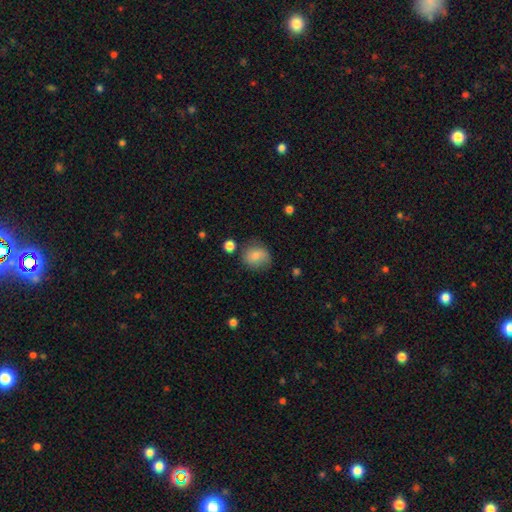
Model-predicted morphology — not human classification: Overall: smooth (75%). How rounded: round (74%). Merging: none (68%).